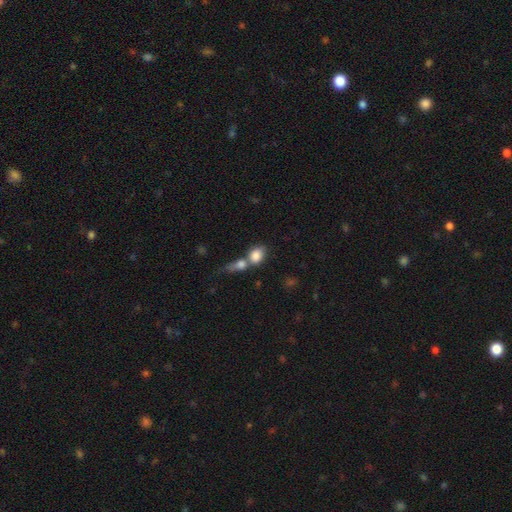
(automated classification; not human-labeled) smooth_or_featured: smooth (p=0.81) [alt: featured or disk p=0.11]
how_rounded: in between (p=0.61) [alt: round p=0.36]
merging: merger (p=0.62) [alt: none p=0.23]